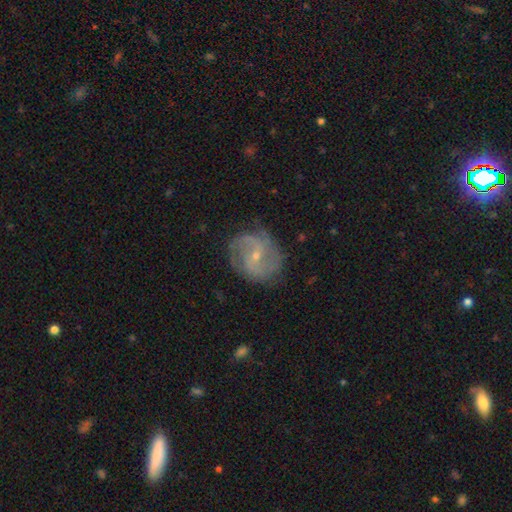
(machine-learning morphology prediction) smooth-or-featured: featured or disk: 82% | smooth: 12% | star or artifact: 6%
  disk-edge-on: no: 97% | yes: 3%
    bar: weak: 48% | no: 38% | strong: 14%
    has-spiral-arms: yes: 93% | no: 7%
      spiral-winding: medium: 49% | tight: 28% | loose: 23%
      spiral-arm-count: 2: 61% | can't tell: 15% | 3: 13% | 4: 4% | 1: 4% | more than 4: 3%
    bulge-size: small: 71% | moderate: 26% | none: 2% | large: 1% | dominant: 1%
  merging: none: 74% | minor disturbance: 18% | major disturbance: 7% | merger: 1%